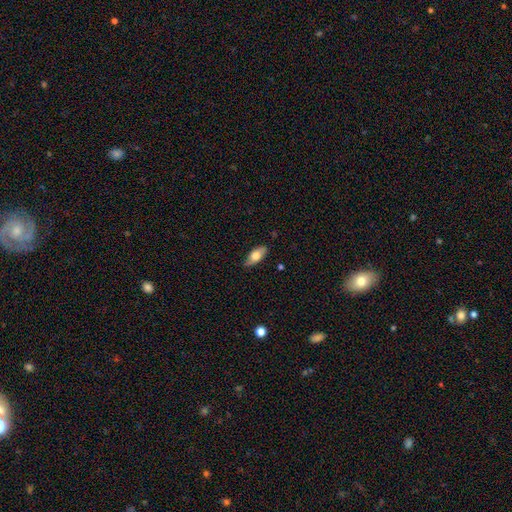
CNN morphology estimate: Smooth or featured?
  - smooth: 67% *
  - featured or disk: 27%
  - star or artifact: 6%
How rounded?
  - in between: 84% *
  - cigar-shaped: 13%
  - round: 3%
Merging?
  - none: 82% *
  - minor disturbance: 15%
  - major disturbance: 3%
  - merger: 1%